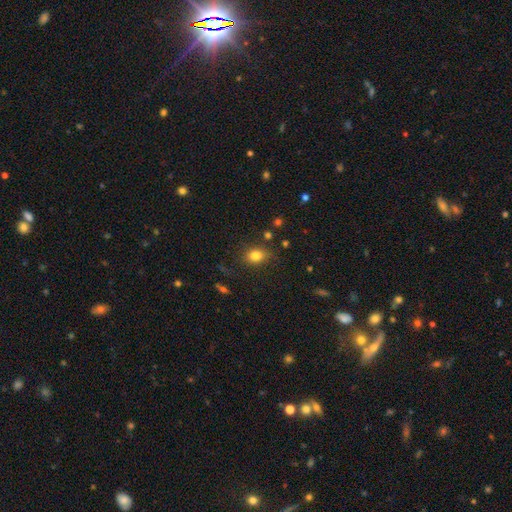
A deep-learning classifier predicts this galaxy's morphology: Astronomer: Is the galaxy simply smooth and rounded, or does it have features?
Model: smooth — 80%.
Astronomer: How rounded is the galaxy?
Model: in between — 57% (runner-up: round, 42%).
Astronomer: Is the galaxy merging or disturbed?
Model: none — 76%.